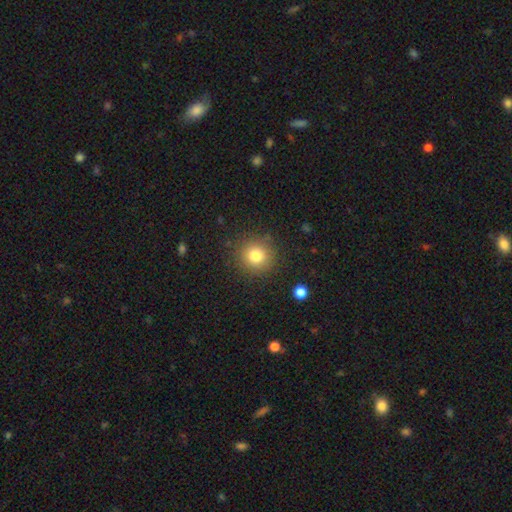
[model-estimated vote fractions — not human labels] A smooth galaxy with no disk features (80%) that is round (93%). Merging: none (88%).